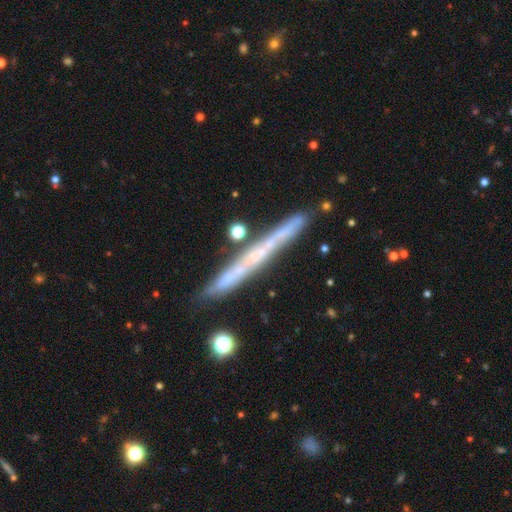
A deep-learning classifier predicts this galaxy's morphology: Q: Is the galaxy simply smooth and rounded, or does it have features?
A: featured or disk — 62%.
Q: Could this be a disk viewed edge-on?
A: yes — 95%.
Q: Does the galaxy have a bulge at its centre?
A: none — 83%.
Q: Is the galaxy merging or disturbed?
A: none — 84%.